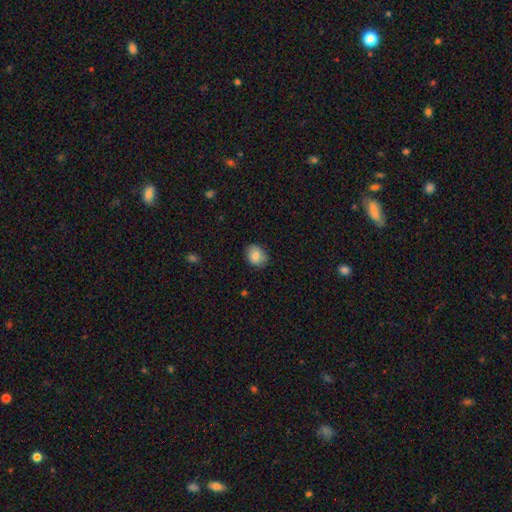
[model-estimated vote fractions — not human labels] Smooth or featured? Predicted: smooth (p=0.84). How rounded? Predicted: round (p=0.50). Merging? Predicted: none (p=0.82).